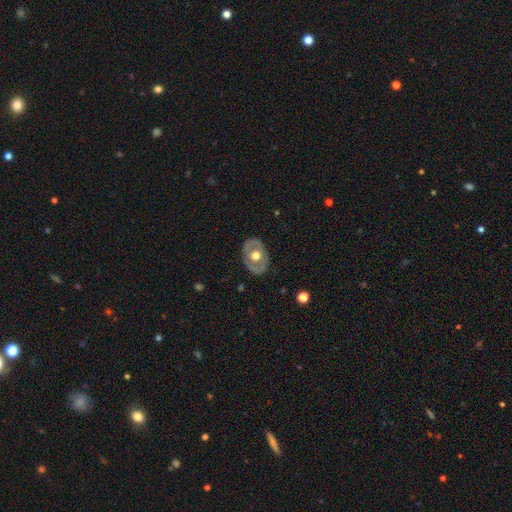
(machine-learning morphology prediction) Overall: featured or disk (58%; smooth 36%). Edge-on disk: no (91%). Bar: no (86%). Spiral arms: no (84%). Bulge size: moderate (63%; large 31%). Merging: none (80%).